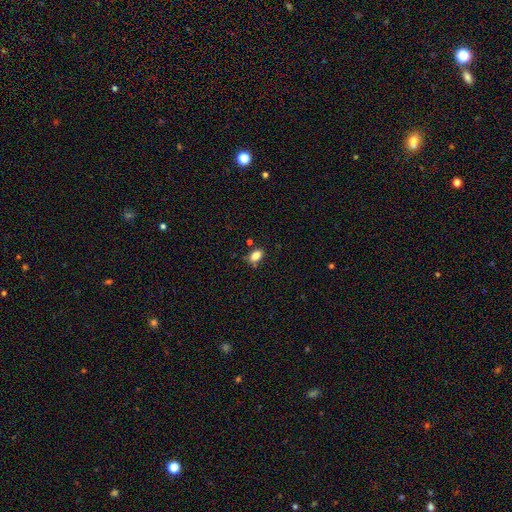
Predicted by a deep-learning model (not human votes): Q: Smooth or featured?
A: smooth (82%); runner-up: star or artifact (10%)
Q: How rounded?
A: in between (85%); runner-up: round (13%)
Q: Merging?
A: none (77%); runner-up: minor disturbance (15%)